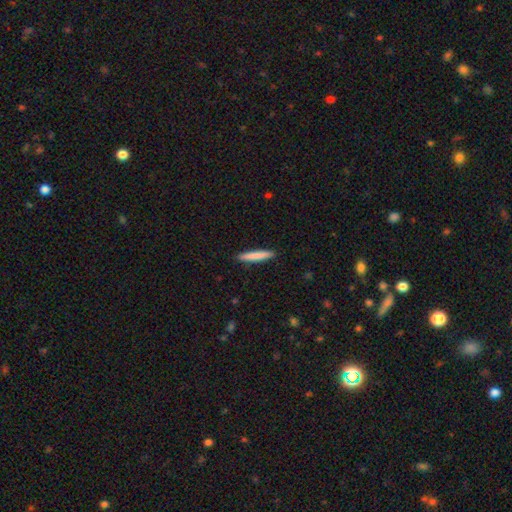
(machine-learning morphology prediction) This appears to be a smooth galaxy with no disk features (81%) that is cigar-shaped (94%). Merging: none (91%).